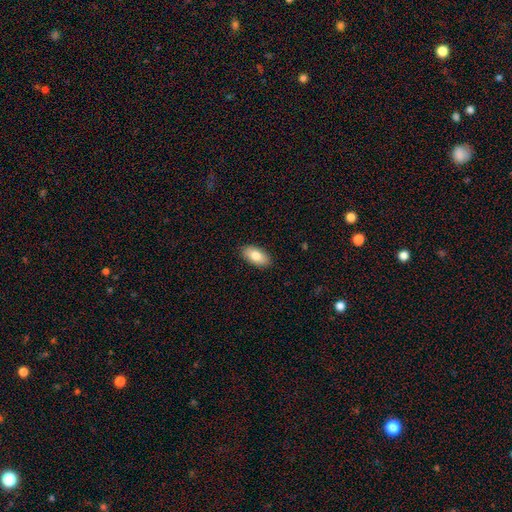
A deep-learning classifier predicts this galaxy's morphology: A smooth galaxy with no disk features (80%) that is in between round and cigar-shaped (93%). Merging: none (89%).